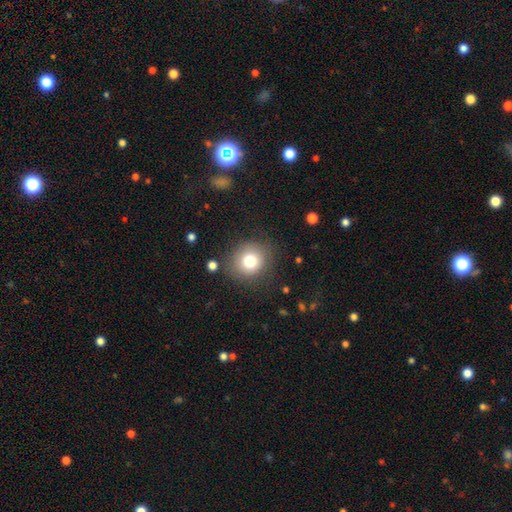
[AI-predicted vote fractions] A smooth galaxy with no disk features (58%) that is round (91%). Merging: none (88%).